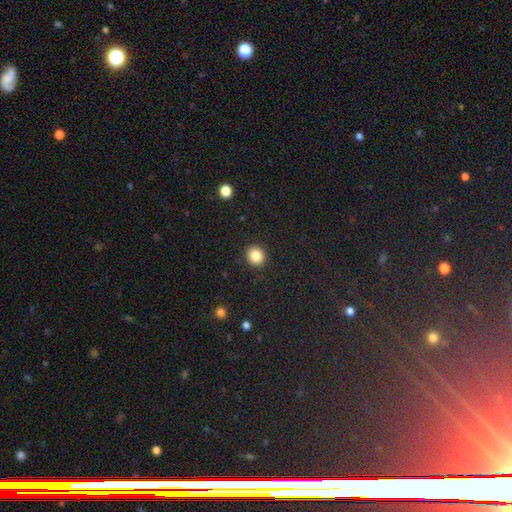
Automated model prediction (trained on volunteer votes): Smooth or featured? Predicted: smooth (p=0.85). How rounded? Predicted: round (p=0.86). Merging? Predicted: none (p=0.92).